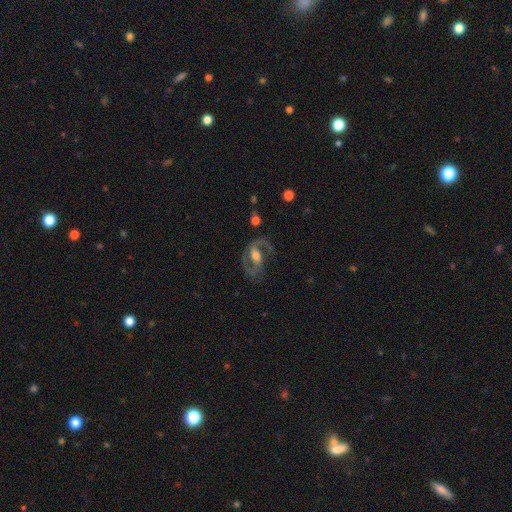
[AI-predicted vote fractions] Smooth or featured?
  - featured or disk: 88% *
  - smooth: 7%
  - star or artifact: 5%
Edge-on disk?
  - no: 97% *
  - yes: 3%
Bar?
  - weak: 42% *
  - strong: 35%
  - no: 23%
Spiral arms?
  - yes: 95% *
  - no: 5%
Spiral winding?
  - medium: 58% *
  - loose: 26%
  - tight: 16%
Spiral arm count?
  - 2: 90% *
  - 1: 4%
  - can't tell: 3%
  - 3: 1%
  - 4: 1%
  - more than 4: 1%
Bulge size?
  - moderate: 63% *
  - small: 22%
  - large: 12%
  - none: 2%
  - dominant: 1%
Merging?
  - none: 72% *
  - minor disturbance: 15%
  - major disturbance: 11%
  - merger: 2%